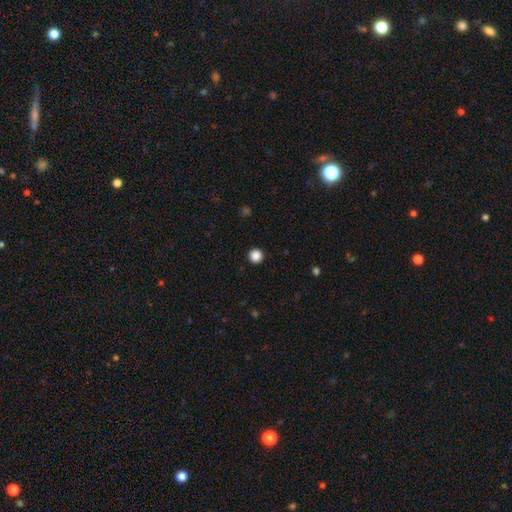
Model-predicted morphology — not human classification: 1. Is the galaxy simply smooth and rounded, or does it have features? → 87% smooth, 11% star or artifact, 2% featured or disk.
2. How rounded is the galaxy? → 96% round, 3% in between, 1% cigar-shaped.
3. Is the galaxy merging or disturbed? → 94% none, 4% minor disturbance, 2% major disturbance, 1% merger.